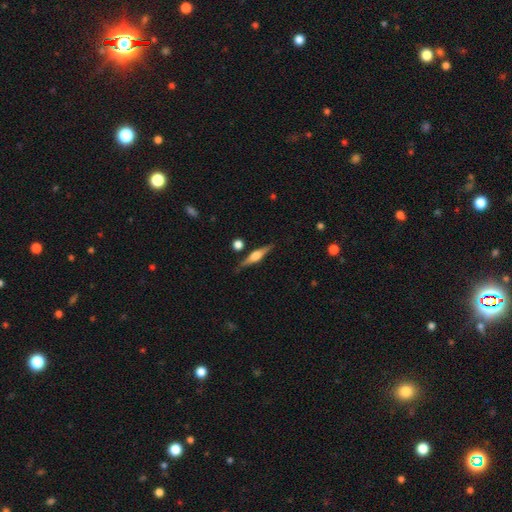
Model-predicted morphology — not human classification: The model was most divided on "smooth or featured": featured or disk: 72%, smooth: 22%, star or artifact: 6%. More confident: edge-on disk — yes (97%); edge-on bulge — rounded (88%); merging — none (84%).